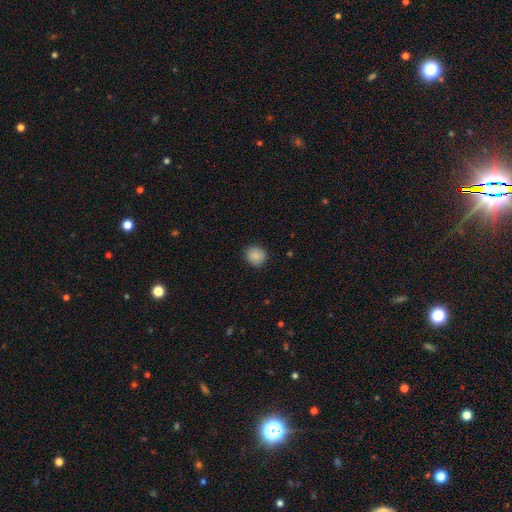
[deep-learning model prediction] This appears to be a smooth galaxy with no disk features (86%) that is round (86%). Merging: none (88%).